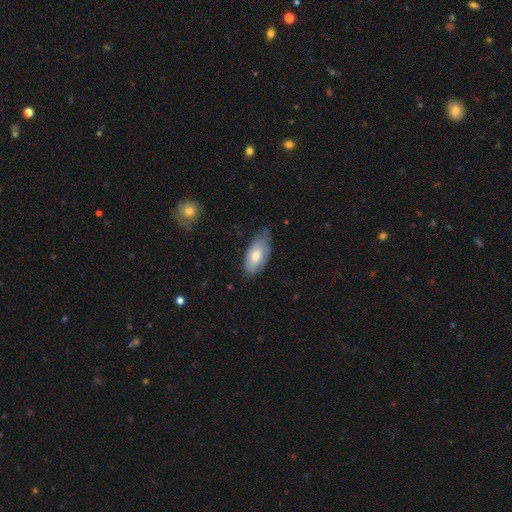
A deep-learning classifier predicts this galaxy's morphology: This is likely a smooth galaxy (73%). How rounded: clearly in between (91%). Merging: possibly none (57%).